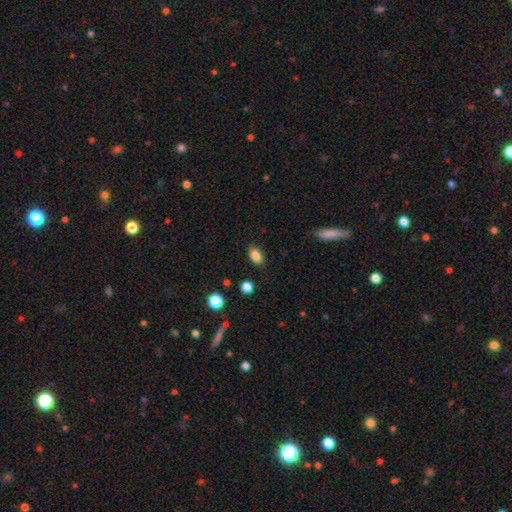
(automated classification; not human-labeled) This appears to be a smooth galaxy with no disk features (86%) that is in between round and cigar-shaped (87%). Merging: none (83%).